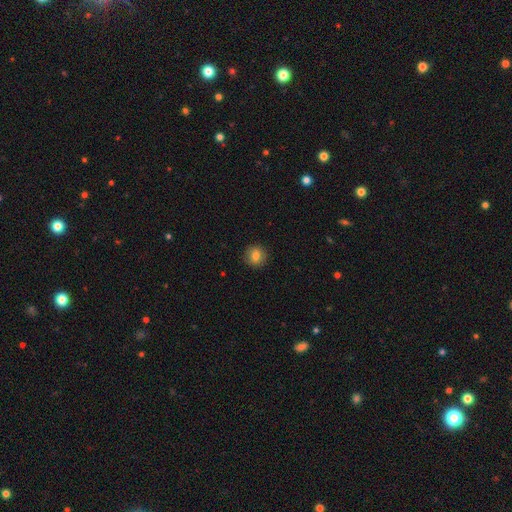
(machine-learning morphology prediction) smooth_or_featured: smooth (p=0.79) [alt: featured or disk p=0.11]
how_rounded: round (p=0.91) [alt: in between p=0.08]
merging: none (p=0.91) [alt: minor disturbance p=0.07]